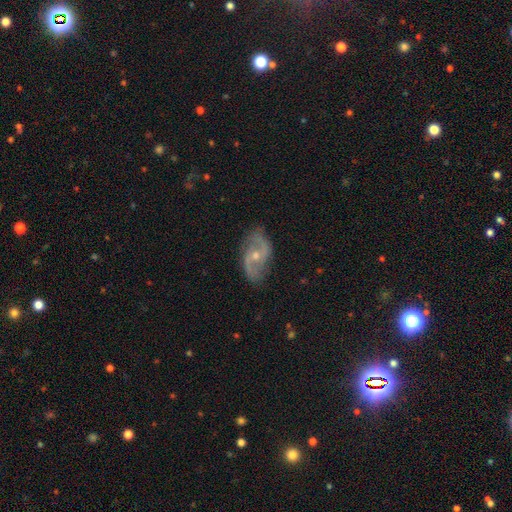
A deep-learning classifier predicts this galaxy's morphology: Smooth or featured?
  - featured or disk: 85% *
  - smooth: 10%
  - star or artifact: 6%
Edge-on disk?
  - no: 96% *
  - yes: 4%
Bar?
  - no: 53% *
  - weak: 38%
  - strong: 9%
Spiral arms?
  - yes: 94% *
  - no: 6%
Spiral winding?
  - loose: 44% *
  - medium: 43%
  - tight: 13%
Spiral arm count?
  - 2: 91% *
  - can't tell: 4%
  - 1: 1%
  - 3: 1%
  - 4: 1%
  - more than 4: 1%
Bulge size?
  - small: 50% *
  - moderate: 46%
  - none: 2%
  - large: 1%
  - dominant: 1%
Merging?
  - none: 80% *
  - minor disturbance: 15%
  - major disturbance: 4%
  - merger: 1%